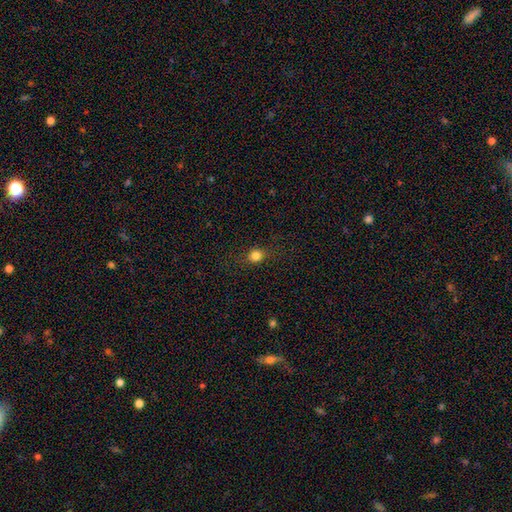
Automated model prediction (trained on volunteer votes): smooth-or-featured: smooth: 80% | star or artifact: 13% | featured or disk: 7%
  how-rounded: round: 75% | in between: 23% | cigar-shaped: 2%
  merging: none: 85% | minor disturbance: 10% | major disturbance: 4% | merger: 1%